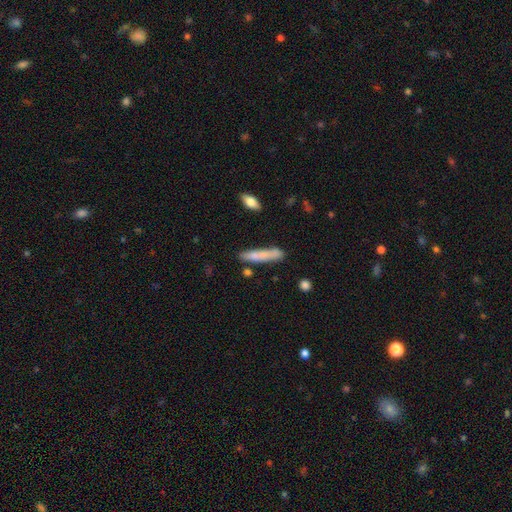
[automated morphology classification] Q: Smooth or featured?
A: smooth (70%); runner-up: featured or disk (23%)
Q: How rounded?
A: cigar-shaped (91%); runner-up: in between (8%)
Q: Merging?
A: none (78%); runner-up: minor disturbance (15%)